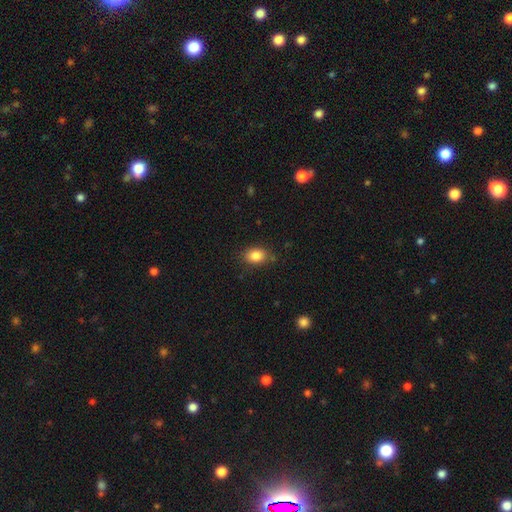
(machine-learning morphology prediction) smooth-or-featured: smooth: 85% | star or artifact: 9% | featured or disk: 6%
  how-rounded: in between: 75% | round: 24% | cigar-shaped: 1%
  merging: none: 82% | minor disturbance: 13% | major disturbance: 3% | merger: 2%